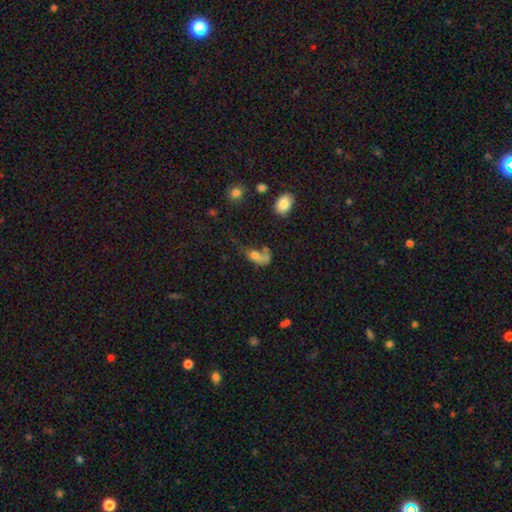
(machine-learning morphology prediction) smooth 63%, featured or disk 23%, star or artifact 14%. Down the decision tree: how rounded — in between (76%); merging — major disturbance (34%).